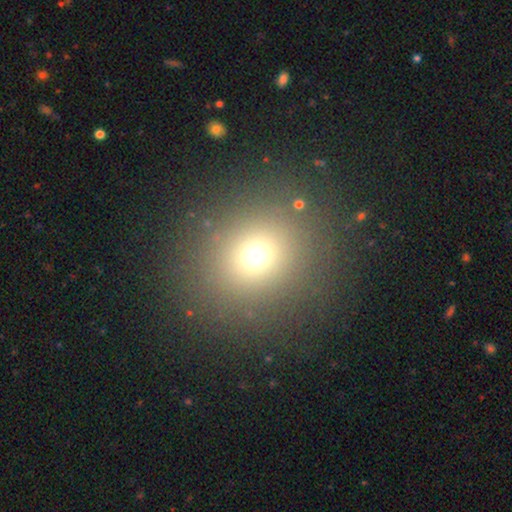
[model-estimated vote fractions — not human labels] Smooth or featured? smooth (68%)
How rounded? round (84%)
Merging? none (88%)